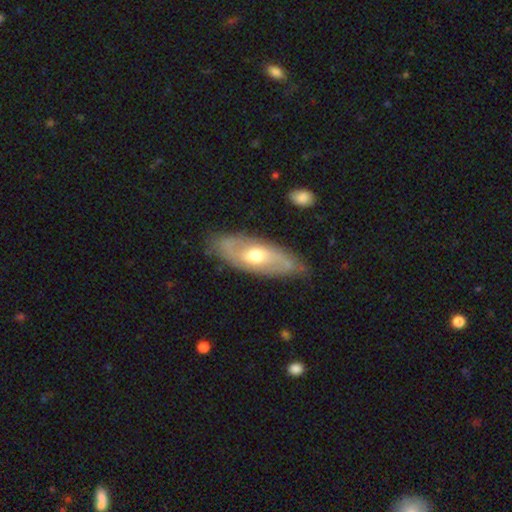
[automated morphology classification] The model was most divided on "bar": no: 55%, weak: 36%, strong: 9%. More confident: edge-on disk — no (85%); merging — none (77%); spiral arms — yes (75%); bulge size — moderate (72%); smooth or featured — featured or disk (67%).